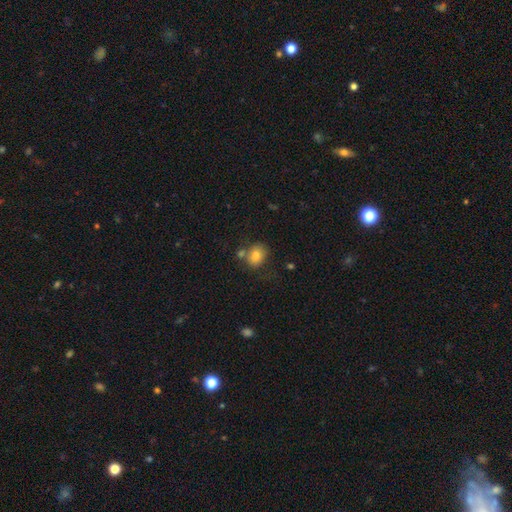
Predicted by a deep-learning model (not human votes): Smooth or featured?
  - smooth: 80% *
  - featured or disk: 10%
  - star or artifact: 10%
How rounded?
  - in between: 55% *
  - round: 44%
  - cigar-shaped: 1%
Merging?
  - none: 59% *
  - merger: 18%
  - minor disturbance: 17%
  - major disturbance: 6%